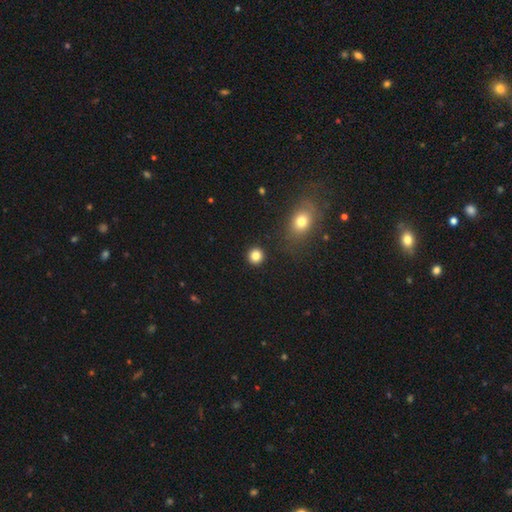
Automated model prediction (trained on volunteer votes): Smooth or featured? Predicted: smooth (p=0.84). How rounded? Predicted: round (p=0.93). Merging? Predicted: none (p=0.92).